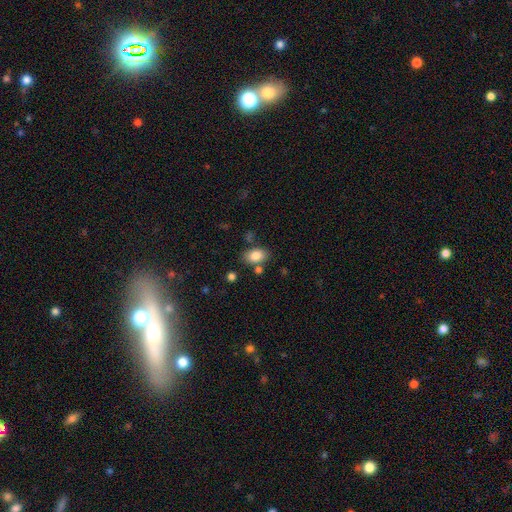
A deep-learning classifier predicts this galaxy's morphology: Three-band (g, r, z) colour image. It shows a smooth galaxy with no disk features (83%) that is in between round and cigar-shaped (87%). Merging: none (74%).